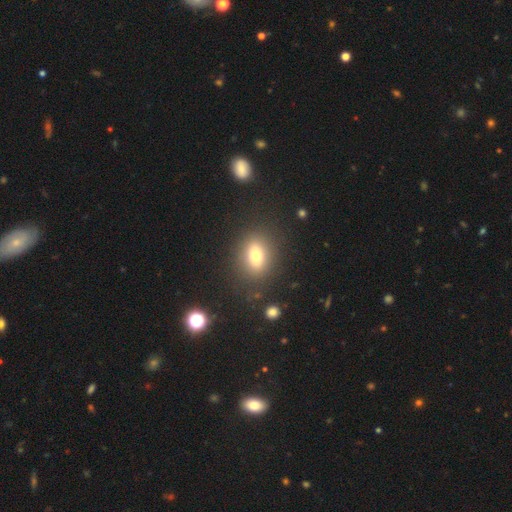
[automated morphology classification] Smooth or featured? smooth (76%)
How rounded? in between (72%)
Merging? none (84%)